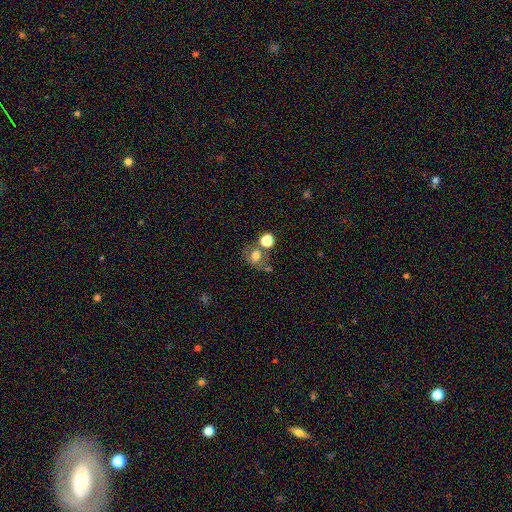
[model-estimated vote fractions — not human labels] The model was most divided on "merging": none: 47%, merger: 27%, minor disturbance: 16%, major disturbance: 10%. More confident: how rounded — round (64%); smooth or featured — smooth (61%).